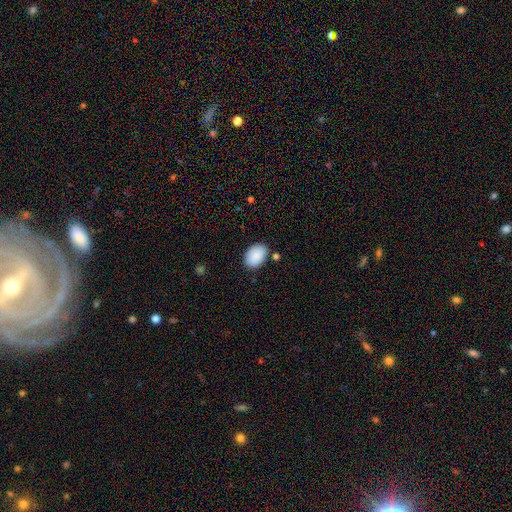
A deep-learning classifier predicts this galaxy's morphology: A smooth galaxy with no disk features (90%) that is in between round and cigar-shaped (88%). Merging: none (80%).